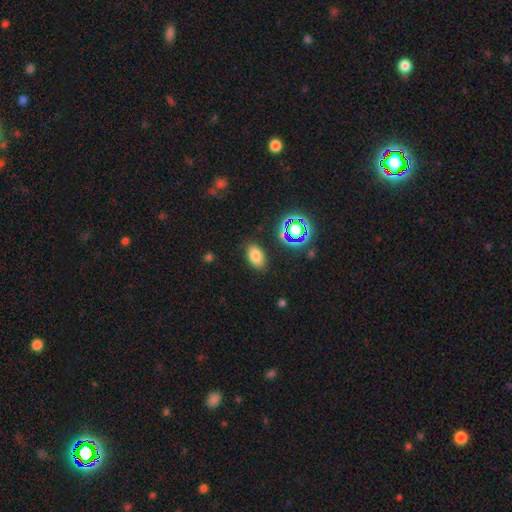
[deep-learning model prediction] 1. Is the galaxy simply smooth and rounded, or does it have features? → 75% smooth, 16% star or artifact, 9% featured or disk.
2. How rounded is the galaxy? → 89% in between, 10% round, 2% cigar-shaped.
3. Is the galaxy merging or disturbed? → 85% none, 10% minor disturbance, 3% major disturbance, 2% merger.